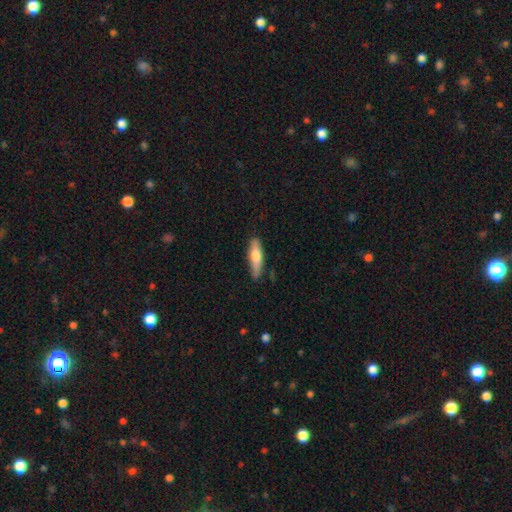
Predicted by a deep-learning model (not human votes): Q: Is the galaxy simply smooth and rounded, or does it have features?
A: smooth — 61%.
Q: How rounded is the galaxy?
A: cigar-shaped — 73%.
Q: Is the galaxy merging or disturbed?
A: none — 79%.